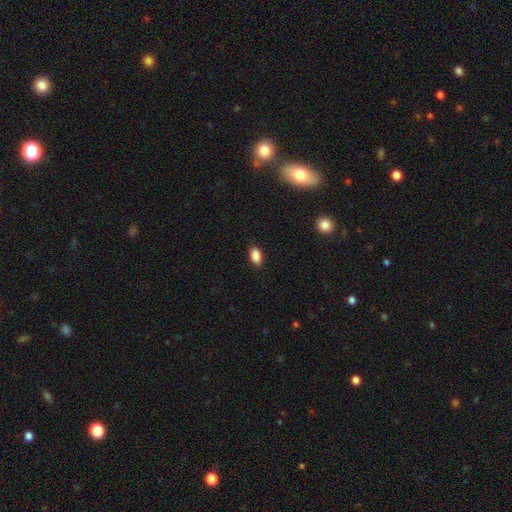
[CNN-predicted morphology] Overall: smooth (88%). How rounded: in between (91%). Merging: none (89%).